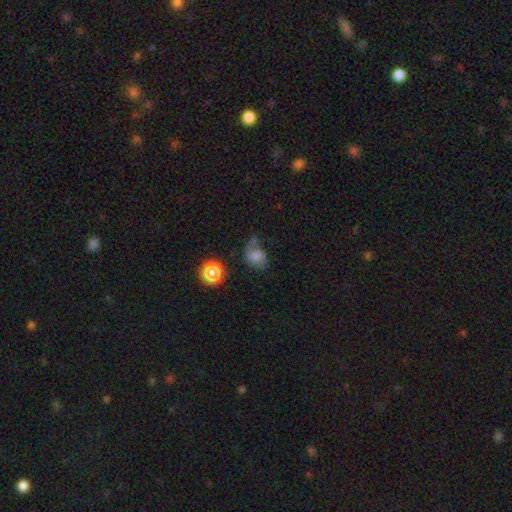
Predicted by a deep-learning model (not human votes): This appears to be a smooth galaxy with no disk features (57%) that is in between round and cigar-shaped (52%). Merging: none (37%).